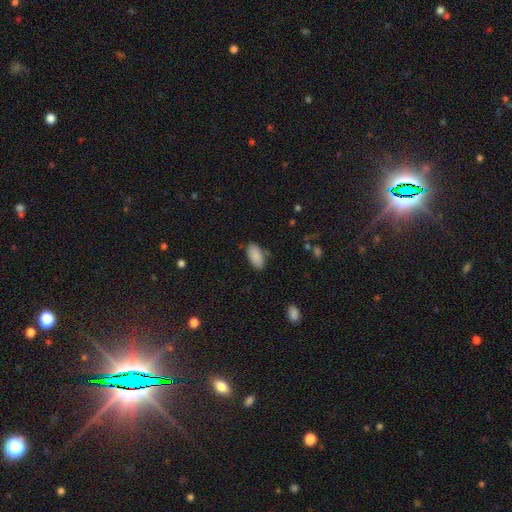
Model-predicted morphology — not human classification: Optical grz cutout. It shows a smooth galaxy with no disk features (89%) that is in between round and cigar-shaped (93%). Merging: none (80%).